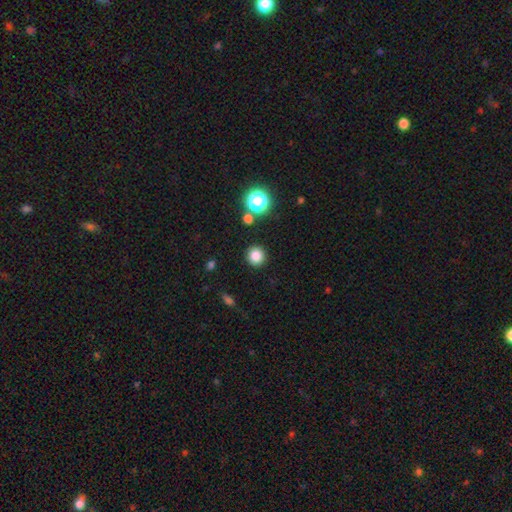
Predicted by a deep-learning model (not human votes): A smooth galaxy with no disk features (82%) that is round (94%).

Vote fractions:
- Smooth or featured? smooth: 82% / star or artifact: 13% / featured or disk: 5%
- How rounded? round: 94% / in between: 5% / cigar-shaped: 1%
- Merging? none: 90% / minor disturbance: 6% / merger: 2% / major disturbance: 2%